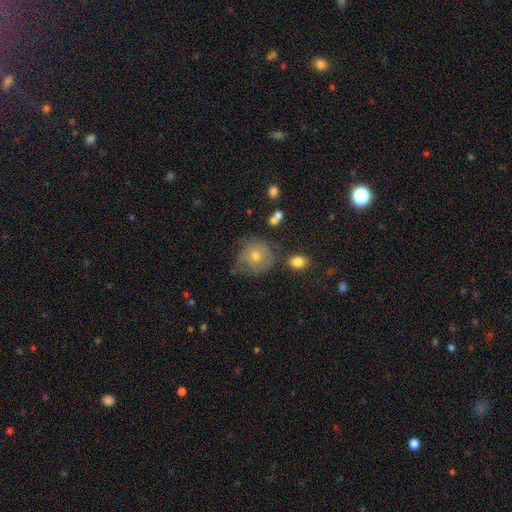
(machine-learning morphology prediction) smooth_or_featured: smooth (p=0.47) [alt: featured or disk p=0.40]
merging: none (p=0.61) [alt: minor disturbance p=0.25]